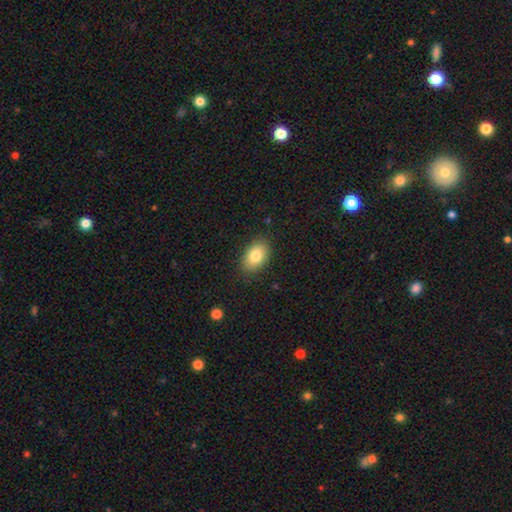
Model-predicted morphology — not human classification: Overall: smooth (81%). How rounded: in between (87%). Merging: none (86%).